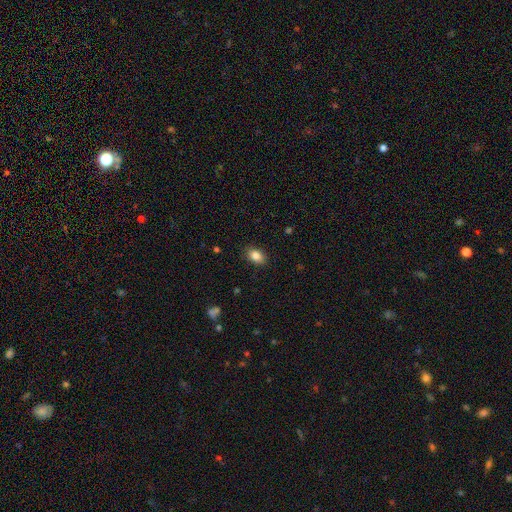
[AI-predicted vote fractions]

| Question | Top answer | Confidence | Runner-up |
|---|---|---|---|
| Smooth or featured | smooth | 85% | star or artifact (8%) |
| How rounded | in between | 83% | round (16%) |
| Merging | none | 87% | minor disturbance (9%) |